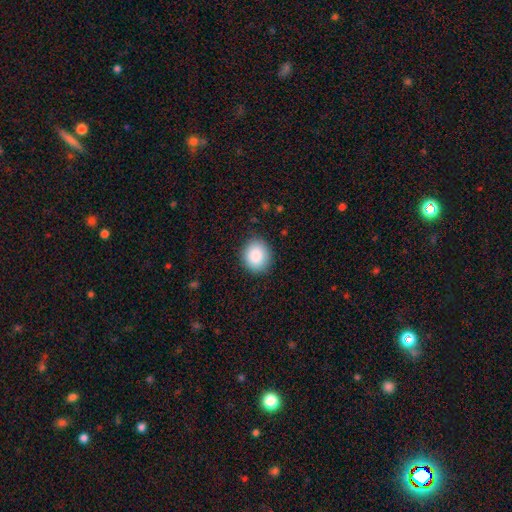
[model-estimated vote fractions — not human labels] smooth_or_featured: smooth (p=0.87) [alt: star or artifact p=0.08]
how_rounded: round (p=0.73) [alt: in between p=0.26]
merging: none (p=0.87) [alt: minor disturbance p=0.09]